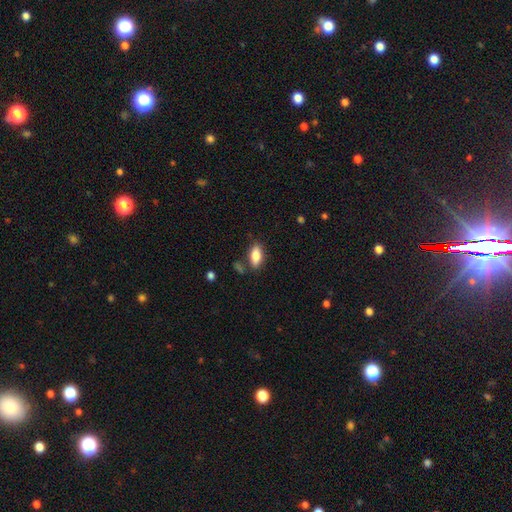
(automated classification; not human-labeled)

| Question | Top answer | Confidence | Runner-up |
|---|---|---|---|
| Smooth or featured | smooth | 82% | featured or disk (11%) |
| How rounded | in between | 85% | cigar-shaped (12%) |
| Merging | none | 81% | minor disturbance (12%) |